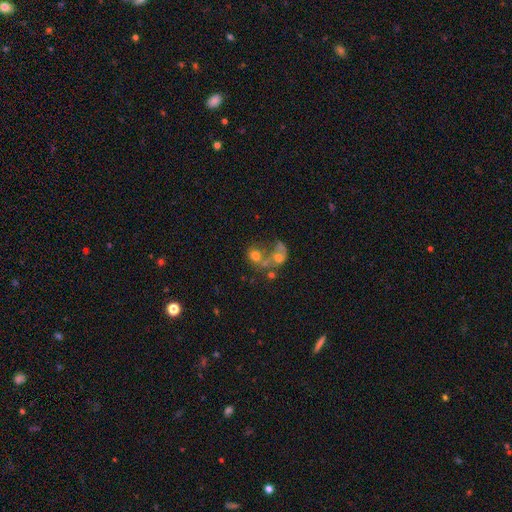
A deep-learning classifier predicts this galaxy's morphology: This is possibly a smooth galaxy (58%). How rounded: possibly round (56%). Merging: possibly merger (59%).